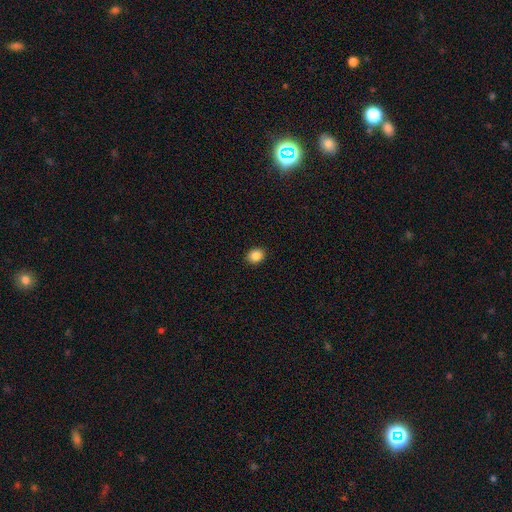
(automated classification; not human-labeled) This is clearly a smooth galaxy (87%). How rounded: likely round (61%). Merging: clearly none (91%).